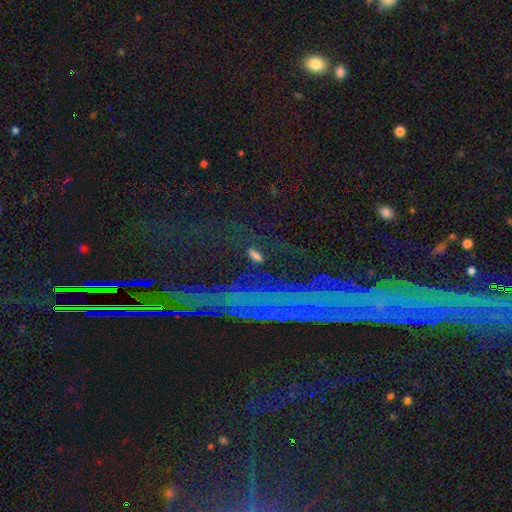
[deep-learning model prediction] The model was most divided on "smooth or featured": smooth: 48%, star or artifact: 35%, featured or disk: 18%. More confident: merging — none (67%).